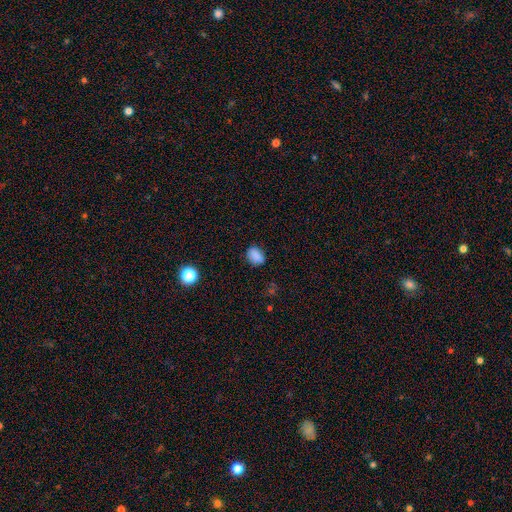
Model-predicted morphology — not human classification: Smooth or featured? Predicted: smooth (p=0.85). How rounded? Predicted: in between (p=0.72). Merging? Predicted: none (p=0.79).